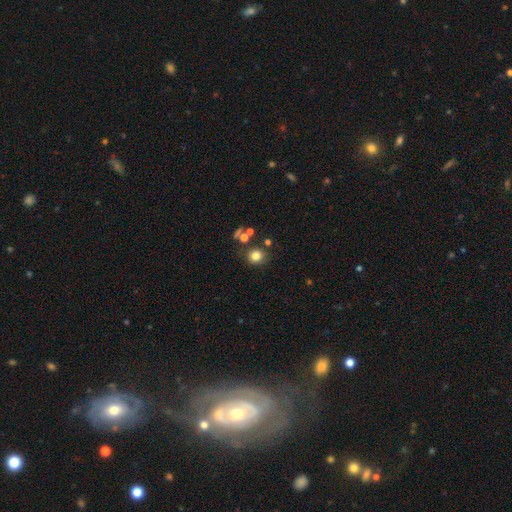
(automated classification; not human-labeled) Overall: smooth (78%). How rounded: round (84%). Merging: none (77%).